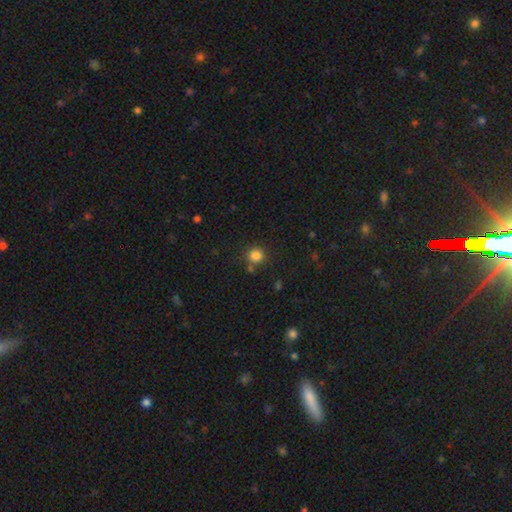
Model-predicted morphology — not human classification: Overall: smooth (83%). How rounded: round (90%). Merging: none (80%).